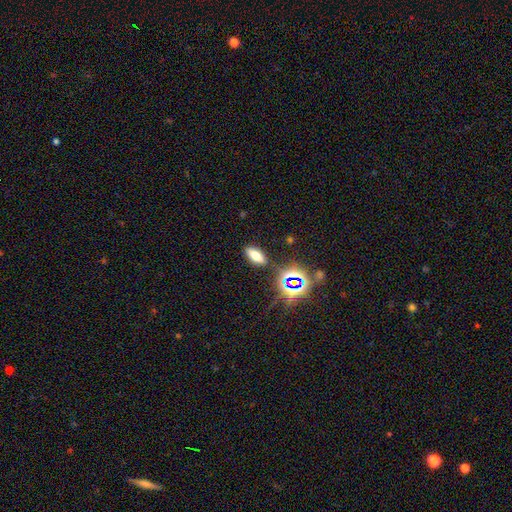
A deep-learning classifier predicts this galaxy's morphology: A smooth galaxy with no disk features (59%) that is in between round and cigar-shaped (75%). Merging: none (85%).